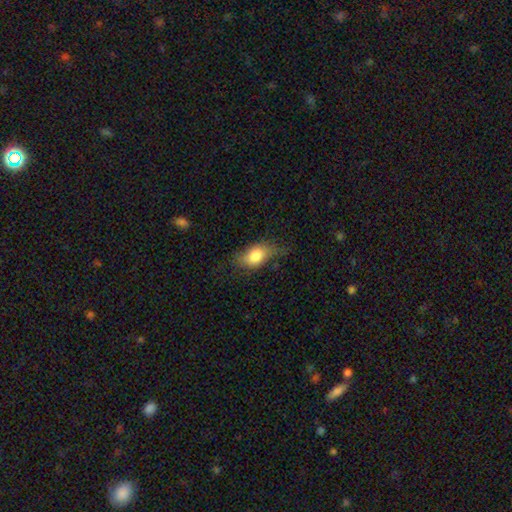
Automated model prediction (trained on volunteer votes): smooth-or-featured: smooth: 77% | featured or disk: 15% | star or artifact: 8%
  how-rounded: in between: 82% | round: 14% | cigar-shaped: 4%
  merging: none: 52% | minor disturbance: 33% | major disturbance: 14% | merger: 2%